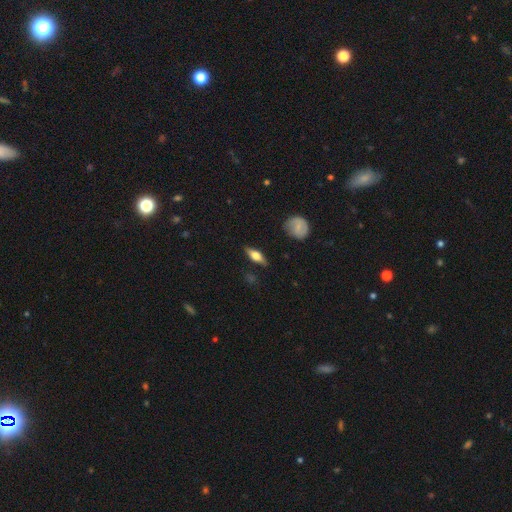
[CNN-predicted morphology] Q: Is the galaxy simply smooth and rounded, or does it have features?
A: featured or disk — 47%.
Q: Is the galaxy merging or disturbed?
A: none — 83%.